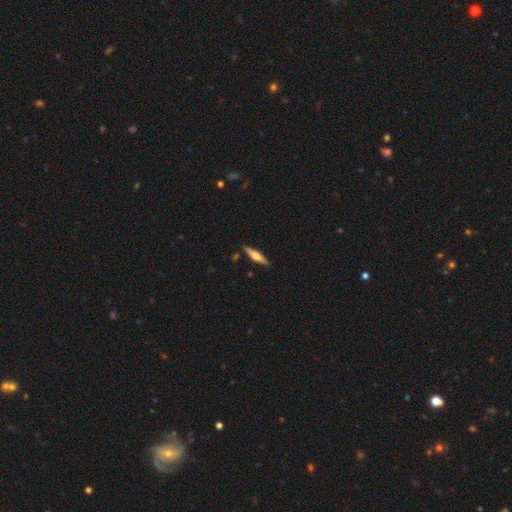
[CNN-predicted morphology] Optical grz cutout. It shows a featured or disk galaxy (55%) viewed edge-on (96%) with a rounded central bulge (86%). Merging: none (89%).